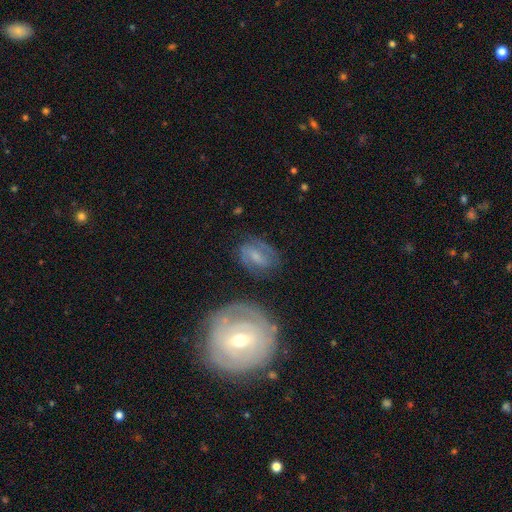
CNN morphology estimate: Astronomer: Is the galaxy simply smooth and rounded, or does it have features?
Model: featured or disk — 59%.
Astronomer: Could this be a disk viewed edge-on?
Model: no — 95%.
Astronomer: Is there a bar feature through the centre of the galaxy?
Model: weak — 49% (runner-up: strong, 27%).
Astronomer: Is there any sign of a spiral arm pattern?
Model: yes — 83%.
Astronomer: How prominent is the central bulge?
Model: small — 45% (runner-up: moderate, 34%).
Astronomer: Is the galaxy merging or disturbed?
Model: none — 71%.